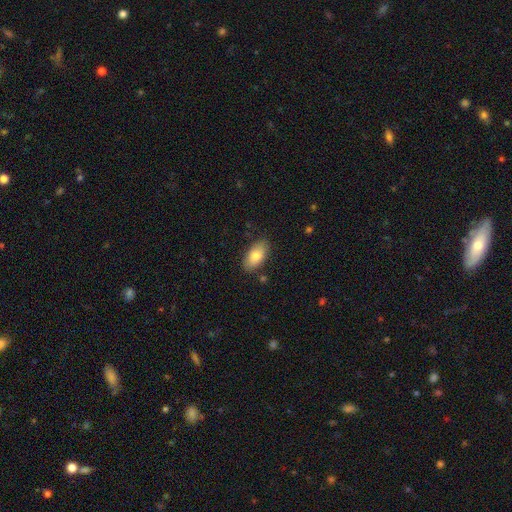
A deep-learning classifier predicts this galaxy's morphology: Smooth or featured: smooth — 79% (featured or disk — 14%)
How rounded: in between — 92% (cigar-shaped — 4%)
Merging: none — 83% (minor disturbance — 12%)